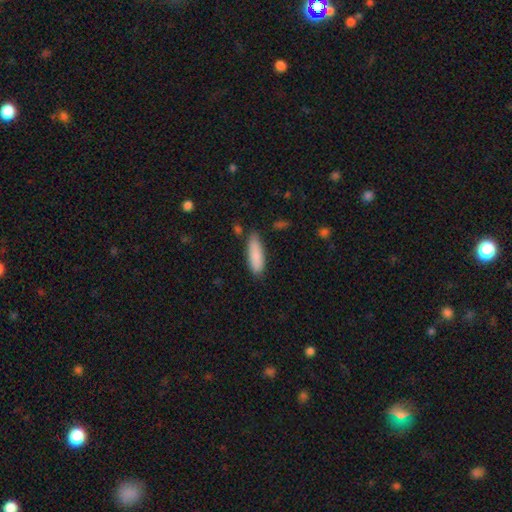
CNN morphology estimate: Smooth or featured: smooth — 87% (featured or disk — 7%)
How rounded: in between — 51% (cigar-shaped — 47%)
Merging: none — 78% (minor disturbance — 17%)